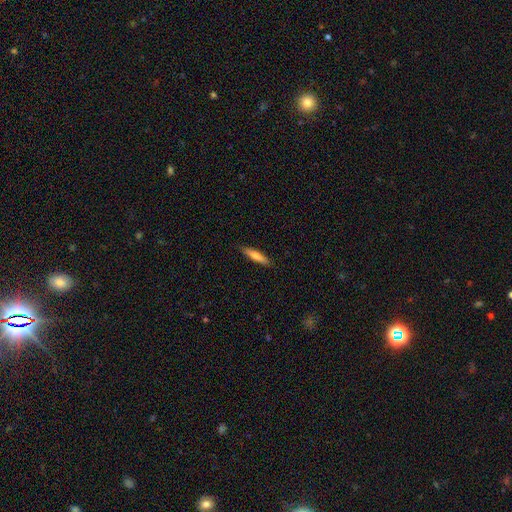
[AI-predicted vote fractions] This is likely a smooth galaxy (68%). How rounded: clearly cigar-shaped (82%). Merging: clearly none (88%).